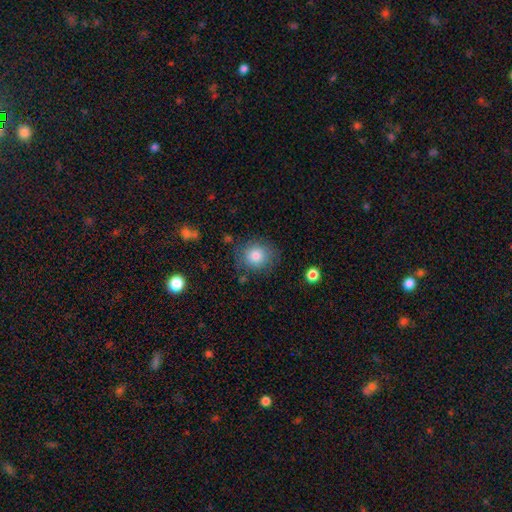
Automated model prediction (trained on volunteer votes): A smooth galaxy with no disk features (82%) that is round (81%). Merging: none (80%).